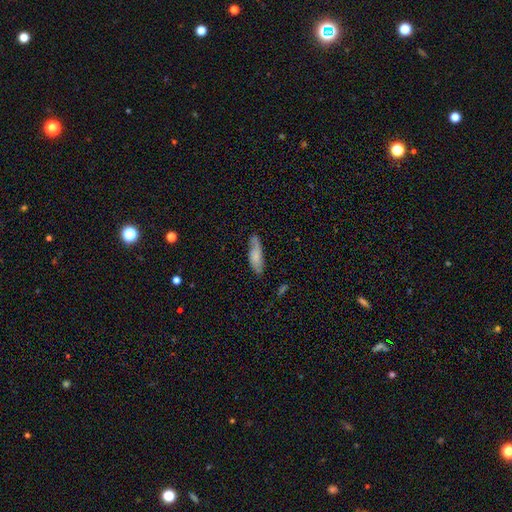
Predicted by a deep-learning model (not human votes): Smooth or featured? smooth (65%)
How rounded? in between (51%)
Merging? none (68%)